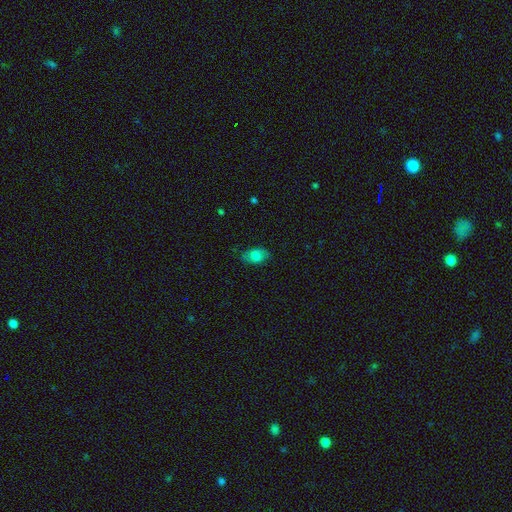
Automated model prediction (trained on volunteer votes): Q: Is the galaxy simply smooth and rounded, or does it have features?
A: smooth — 73%.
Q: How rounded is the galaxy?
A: in between — 89%.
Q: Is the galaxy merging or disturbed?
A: none — 75%.